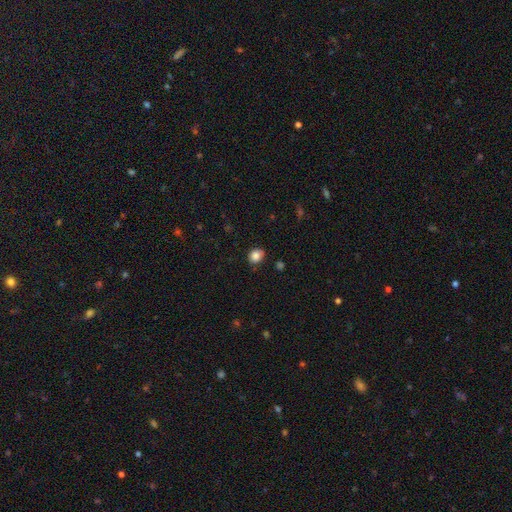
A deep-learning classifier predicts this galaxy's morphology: smooth 84%, star or artifact 10%, featured or disk 6%. Down the decision tree: how rounded — round (59%); merging — none (81%).